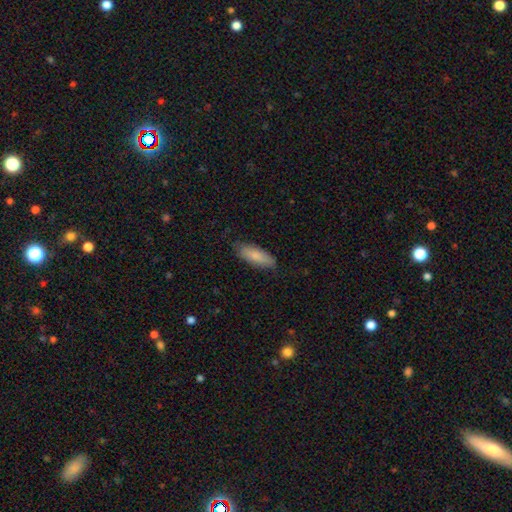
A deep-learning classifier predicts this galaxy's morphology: smooth-or-featured: smooth: 82% | featured or disk: 12% | star or artifact: 6%
  how-rounded: in between: 67% | cigar-shaped: 31% | round: 2%
  merging: none: 79% | minor disturbance: 16% | major disturbance: 3% | merger: 1%